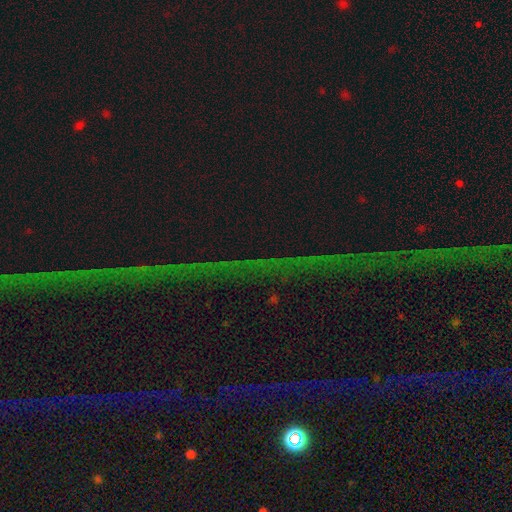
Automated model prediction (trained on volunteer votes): Overall: star or artifact (79%).